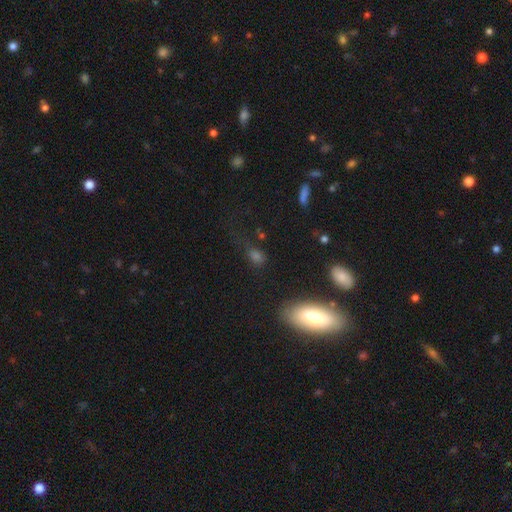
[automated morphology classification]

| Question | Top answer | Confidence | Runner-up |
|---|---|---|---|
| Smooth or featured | smooth | 63% | star or artifact (23%) |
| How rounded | in between | 64% | round (27%) |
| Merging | none | 58% | minor disturbance (19%) |